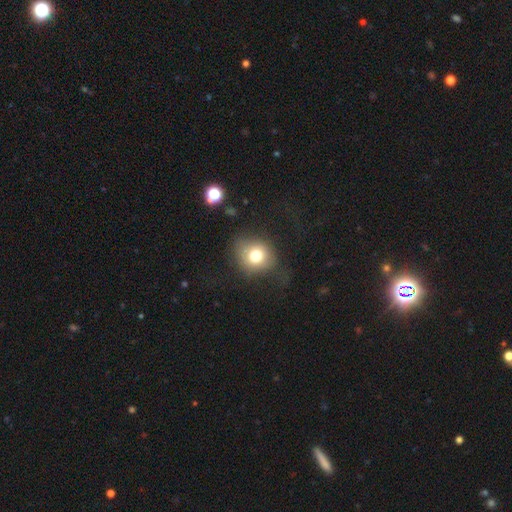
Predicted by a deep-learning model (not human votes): Overall: smooth (74%). How rounded: round (75%). Merging: none (64%).